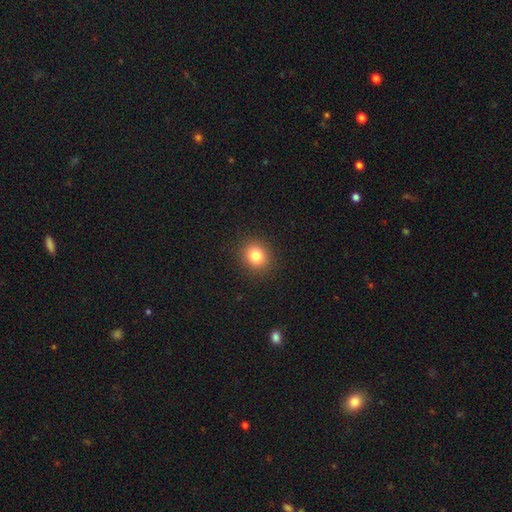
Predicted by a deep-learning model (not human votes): This is clearly a smooth galaxy (82%). How rounded: likely round (74%). Merging: clearly none (91%).